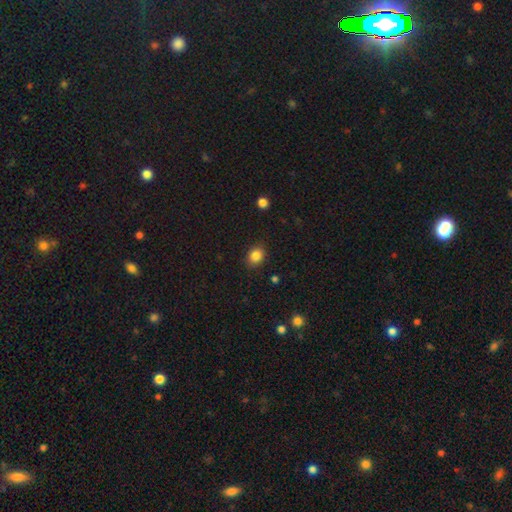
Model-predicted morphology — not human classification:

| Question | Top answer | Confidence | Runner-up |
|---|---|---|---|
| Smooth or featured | smooth | 86% | star or artifact (10%) |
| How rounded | round | 50% | in between (49%) |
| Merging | none | 86% | minor disturbance (10%) |